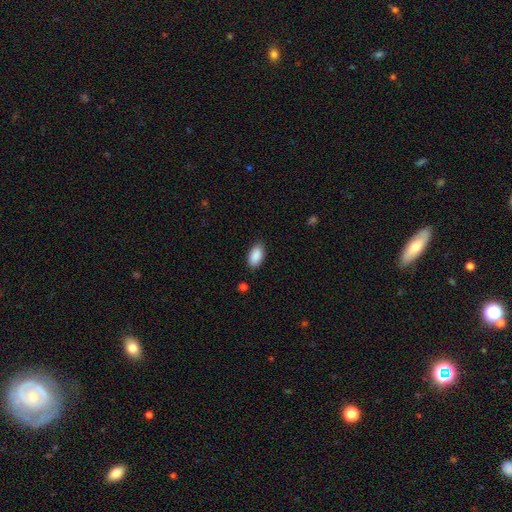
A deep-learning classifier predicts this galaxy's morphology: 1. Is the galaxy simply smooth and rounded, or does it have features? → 90% smooth, 7% star or artifact, 4% featured or disk.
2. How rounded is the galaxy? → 94% in between, 3% round, 2% cigar-shaped.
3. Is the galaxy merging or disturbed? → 85% none, 11% minor disturbance, 2% major disturbance, 1% merger.